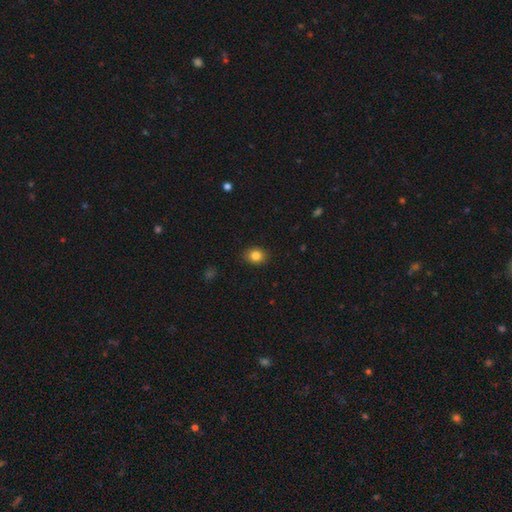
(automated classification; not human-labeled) Morphology: type=smooth (84%); roundness=round (56%); merging=none (88%).